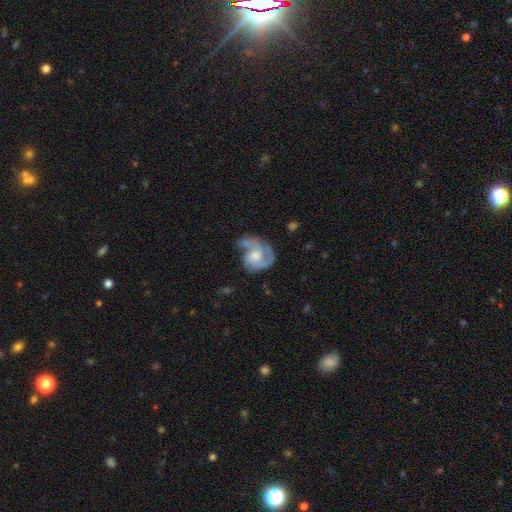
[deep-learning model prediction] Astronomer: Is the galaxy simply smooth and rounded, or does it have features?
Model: featured or disk — 77%.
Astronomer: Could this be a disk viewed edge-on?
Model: no — 98%.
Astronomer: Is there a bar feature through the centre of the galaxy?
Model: no — 67%.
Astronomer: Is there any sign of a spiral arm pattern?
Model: yes — 92%.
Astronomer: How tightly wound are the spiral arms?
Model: medium — 48% (runner-up: tight, 34%).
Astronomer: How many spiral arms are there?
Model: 2 — 50%.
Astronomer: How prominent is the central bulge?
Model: moderate — 53% (runner-up: small, 34%).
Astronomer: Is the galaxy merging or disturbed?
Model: none — 44% (runner-up: minor disturbance, 27%).